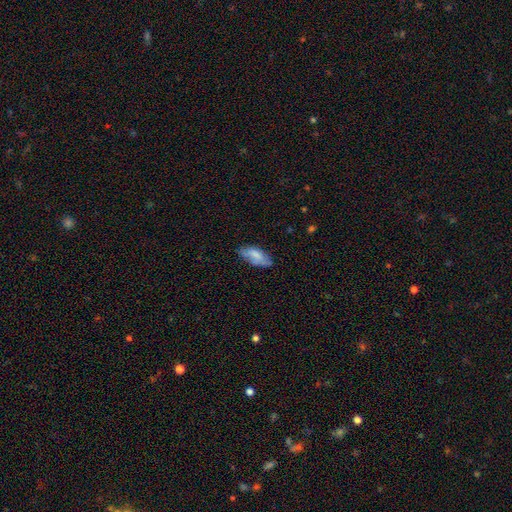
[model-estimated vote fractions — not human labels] This is likely a smooth galaxy (72%). How rounded: clearly in between (88%). Merging: likely none (62%).